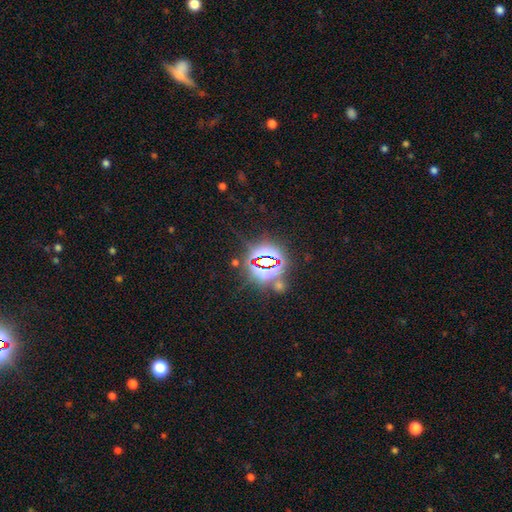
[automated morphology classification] Smooth or featured: star or artifact — 80% (smooth — 12%)